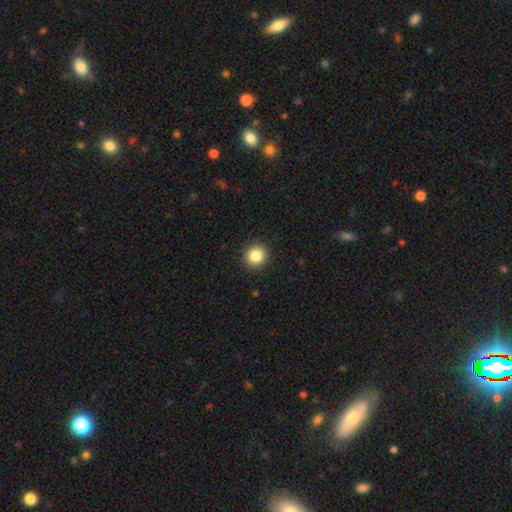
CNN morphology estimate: smooth_or_featured: smooth (p=0.86) [alt: star or artifact p=0.10]
how_rounded: round (p=0.89) [alt: in between p=0.11]
merging: none (p=0.92) [alt: minor disturbance p=0.05]